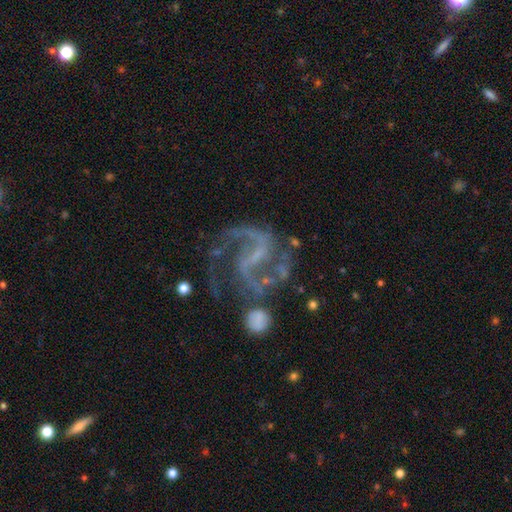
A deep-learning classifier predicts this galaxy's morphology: A featured or disk galaxy (90%) with a weak bar (45%), 2 (88%) medium (54%) spiral arms (97%) and a small central bulge (51%). Merging: none (54%).